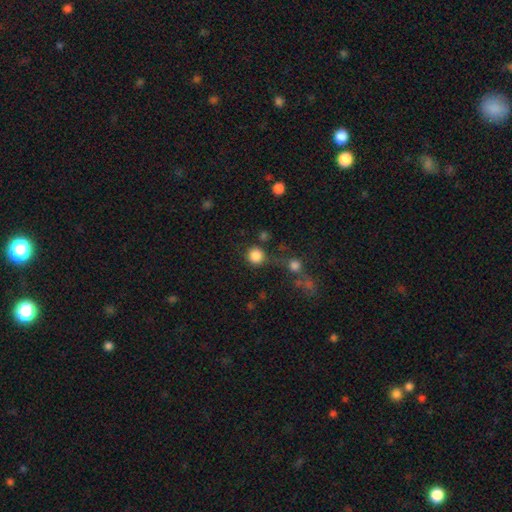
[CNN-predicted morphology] smooth-or-featured: smooth: 85% | star or artifact: 11% | featured or disk: 4%
  how-rounded: round: 94% | in between: 5% | cigar-shaped: 1%
  merging: none: 72% | minor disturbance: 11% | merger: 11% | major disturbance: 7%